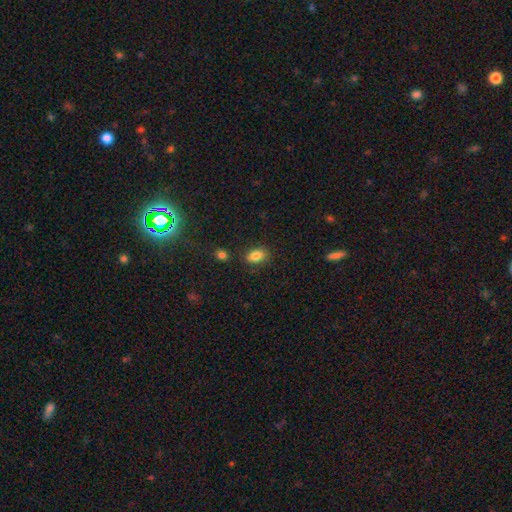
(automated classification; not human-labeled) smooth-or-featured: smooth: 84% | star or artifact: 9% | featured or disk: 6%
  how-rounded: in between: 84% | round: 14% | cigar-shaped: 2%
  merging: none: 82% | minor disturbance: 12% | merger: 4% | major disturbance: 3%